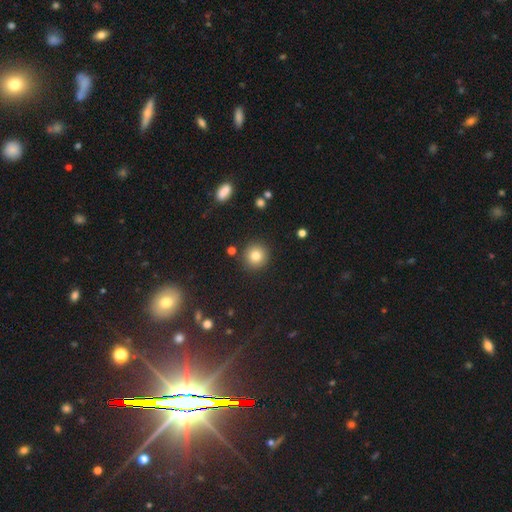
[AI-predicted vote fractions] This is clearly a smooth galaxy (81%). How rounded: clearly round (93%). Merging: clearly none (89%).